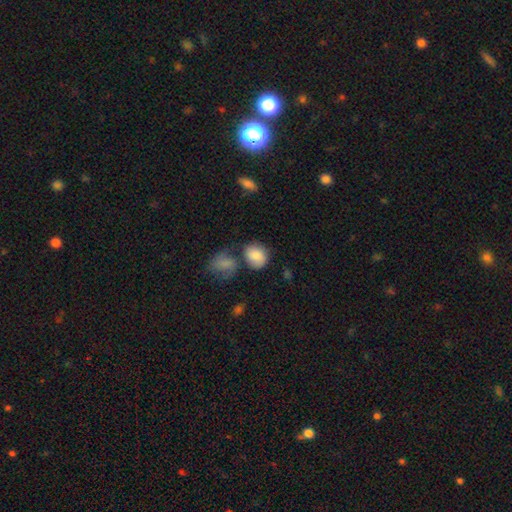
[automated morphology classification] Overall: smooth (84%). How rounded: round (57%; in between 42%). Merging: none (51%; merger 24%).